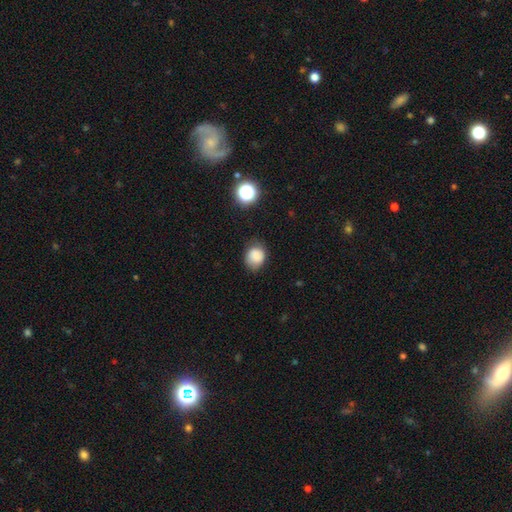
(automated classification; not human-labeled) Smooth or featured? smooth (84%)
How rounded? round (65%)
Merging? none (69%)